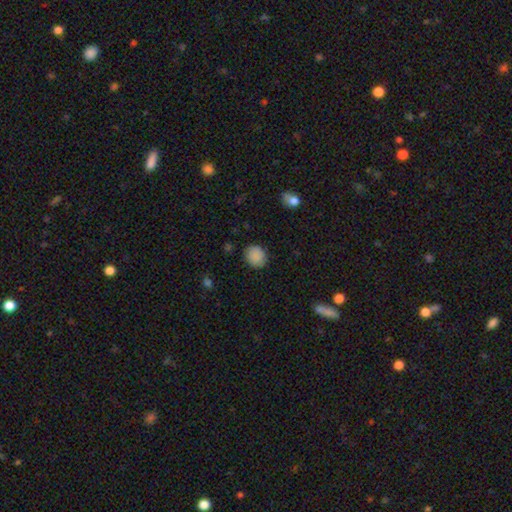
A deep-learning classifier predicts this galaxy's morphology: A smooth galaxy with no disk features (87%) that is round (76%). Merging: none (86%).